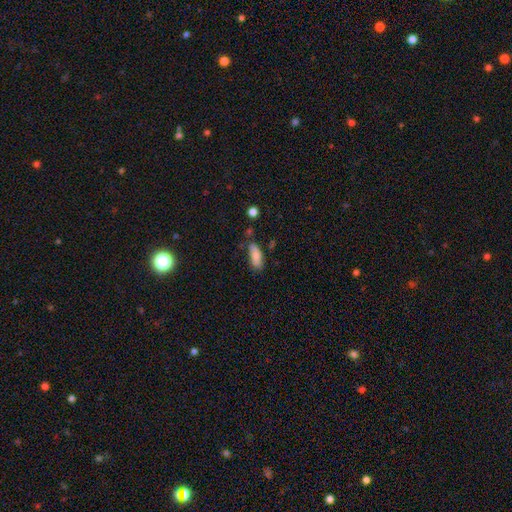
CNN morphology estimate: The model was most divided on "merging": none: 62%, minor disturbance: 26%, major disturbance: 6%, merger: 5%. More confident: smooth or featured — smooth (82%); how rounded — in between (75%).